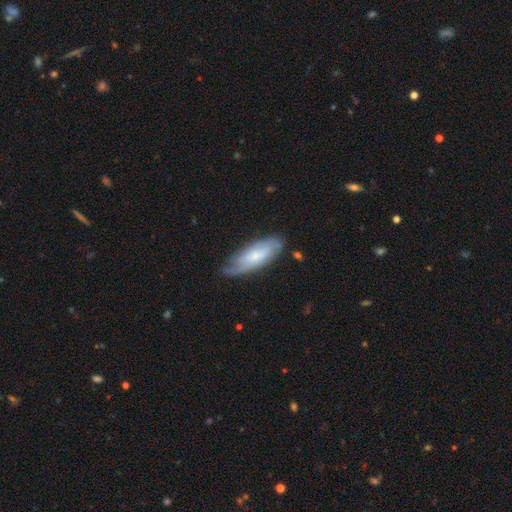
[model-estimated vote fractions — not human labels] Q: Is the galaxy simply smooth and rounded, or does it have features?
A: featured or disk — 52%.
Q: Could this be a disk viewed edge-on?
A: no — 80%.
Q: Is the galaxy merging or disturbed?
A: none — 69%.